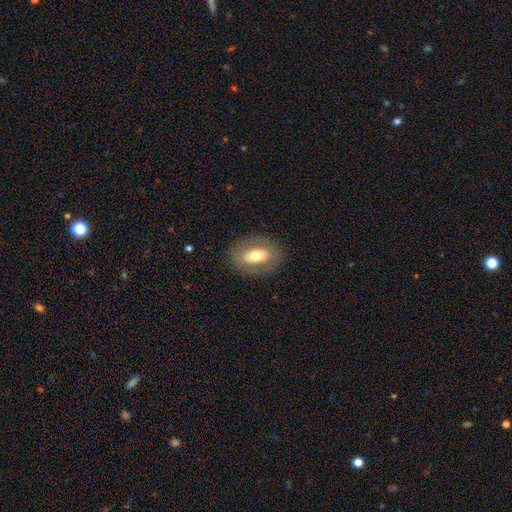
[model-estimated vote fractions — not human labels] Q: Smooth or featured?
A: smooth (52%); runner-up: featured or disk (41%)
Q: How rounded?
A: in between (80%); runner-up: round (18%)
Q: Merging?
A: none (82%); runner-up: minor disturbance (11%)